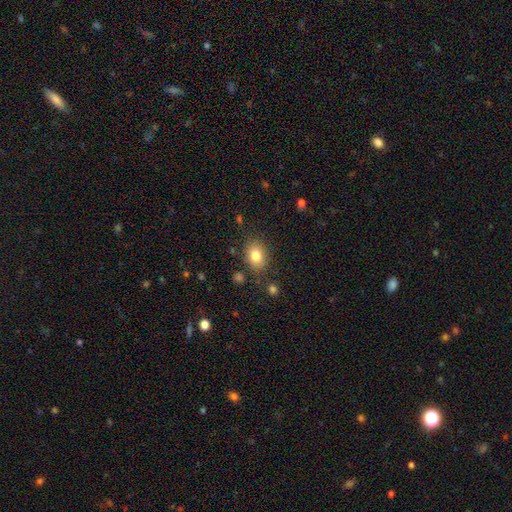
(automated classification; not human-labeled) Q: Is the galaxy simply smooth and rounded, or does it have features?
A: smooth — 81%.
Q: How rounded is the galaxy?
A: in between — 65%.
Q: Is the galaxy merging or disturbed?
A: none — 81%.